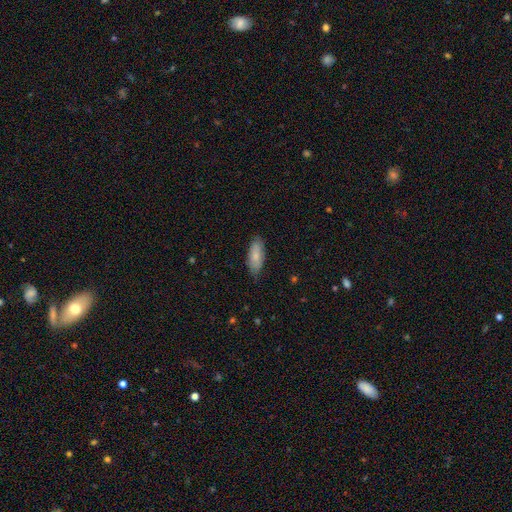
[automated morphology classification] Smooth or featured? Predicted: smooth (p=0.79). How rounded? Predicted: in between (p=0.80). Merging? Predicted: none (p=0.81).